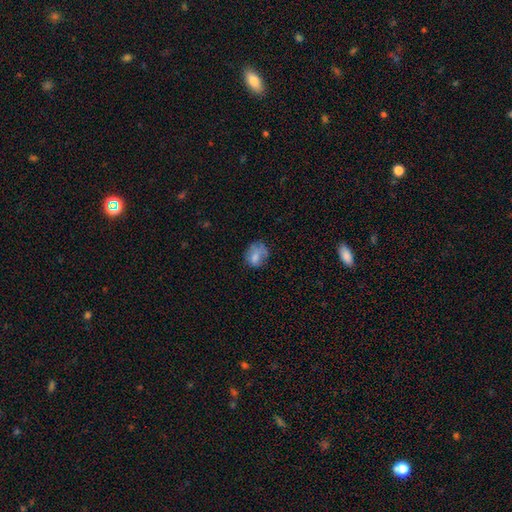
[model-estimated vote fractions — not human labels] smooth_or_featured: smooth (p=0.71) [alt: featured or disk p=0.19]
how_rounded: round (p=0.55) [alt: in between p=0.44]
merging: none (p=0.51) [alt: minor disturbance p=0.28]